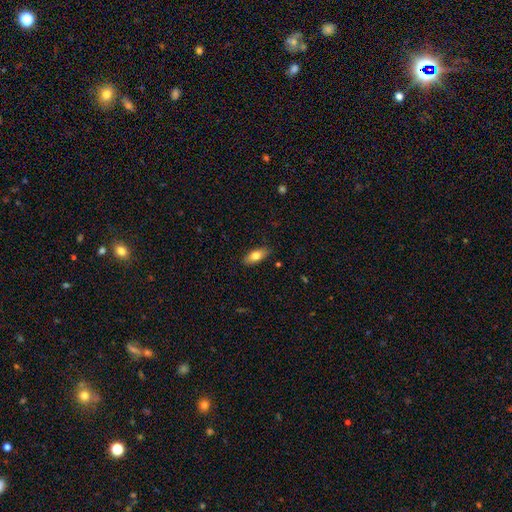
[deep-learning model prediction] The model was most divided on "smooth or featured": smooth: 76%, featured or disk: 17%, star or artifact: 7%. More confident: merging — none (87%); how rounded — in between (81%).